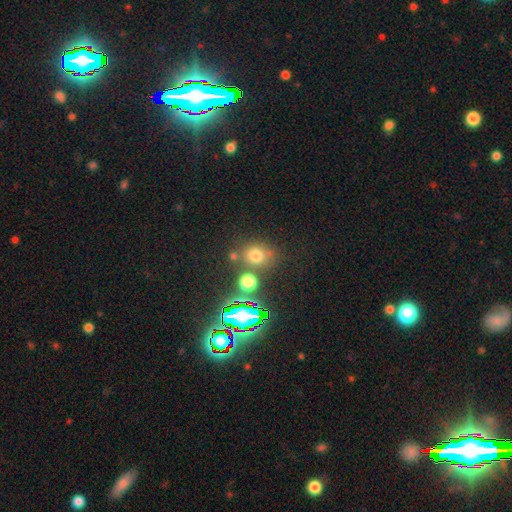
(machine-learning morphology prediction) This is likely a smooth galaxy (65%). How rounded: likely round (64%). Merging: likely none (69%).